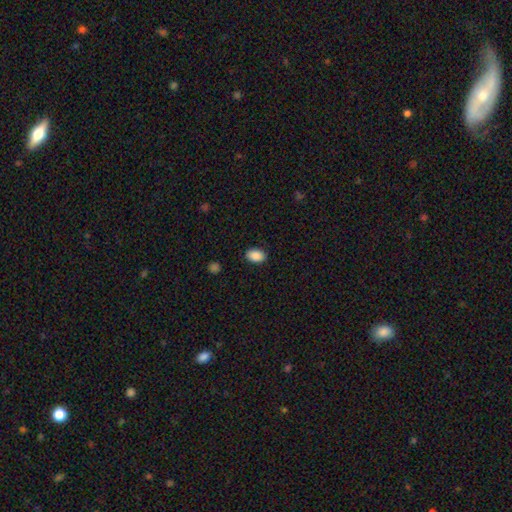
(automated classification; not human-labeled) The model was most divided on "how rounded": in between: 83%, round: 16%, cigar-shaped: 1%. More confident: smooth or featured — smooth (89%); merging — none (88%).